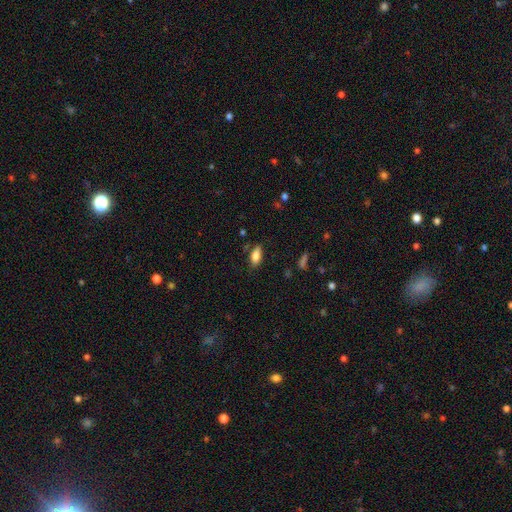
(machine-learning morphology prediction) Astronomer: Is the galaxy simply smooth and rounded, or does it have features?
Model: smooth — 82%.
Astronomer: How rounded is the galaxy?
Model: in between — 84%.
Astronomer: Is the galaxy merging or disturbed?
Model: none — 81%.